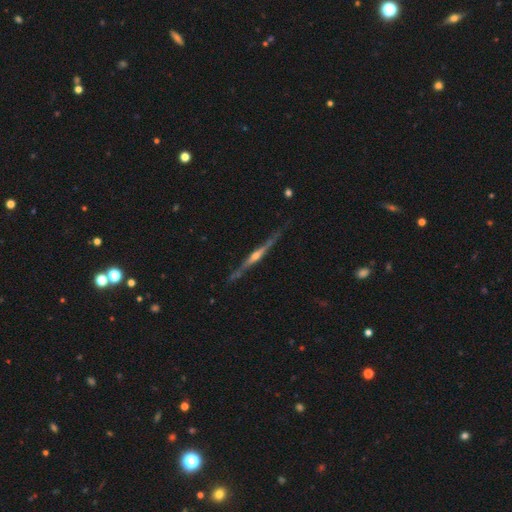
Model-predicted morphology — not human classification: Q: Smooth or featured?
A: featured or disk (82%); runner-up: smooth (13%)
Q: Edge-on disk?
A: yes (97%); runner-up: no (3%)
Q: Edge-on bulge?
A: rounded (79%); runner-up: none (12%)
Q: Merging?
A: none (79%); runner-up: minor disturbance (15%)